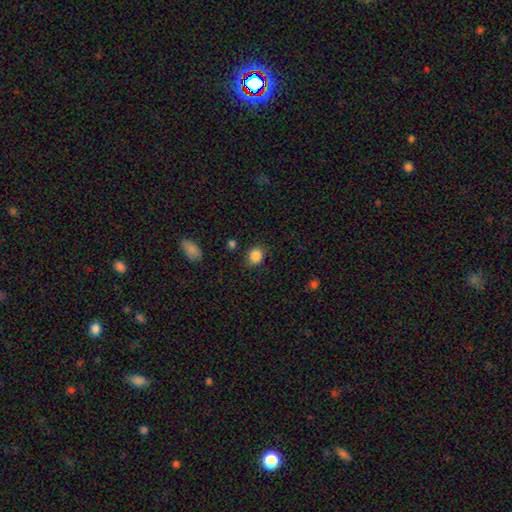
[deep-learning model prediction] smooth 86%, star or artifact 10%, featured or disk 4%. Down the decision tree: how rounded — round (66%); merging — none (83%).